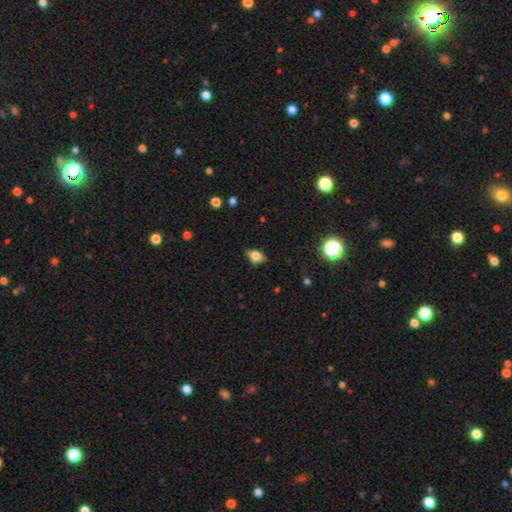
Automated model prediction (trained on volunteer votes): Smooth or featured?
  - smooth: 72% *
  - featured or disk: 16%
  - star or artifact: 12%
How rounded?
  - in between: 73% *
  - round: 24%
  - cigar-shaped: 3%
Merging?
  - none: 68% *
  - minor disturbance: 25%
  - major disturbance: 6%
  - merger: 2%